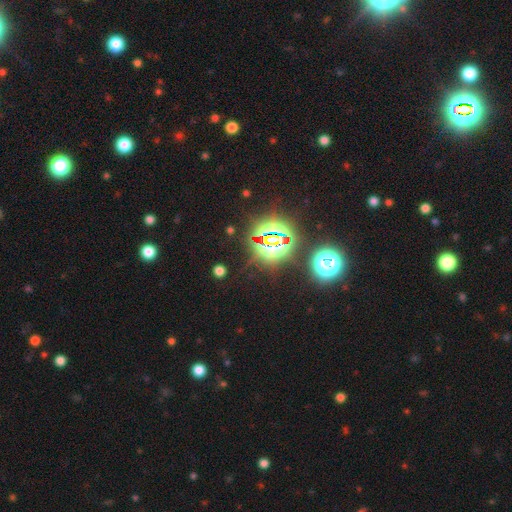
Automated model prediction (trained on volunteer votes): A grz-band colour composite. It shows a star or artifact, not a galaxy (84%).